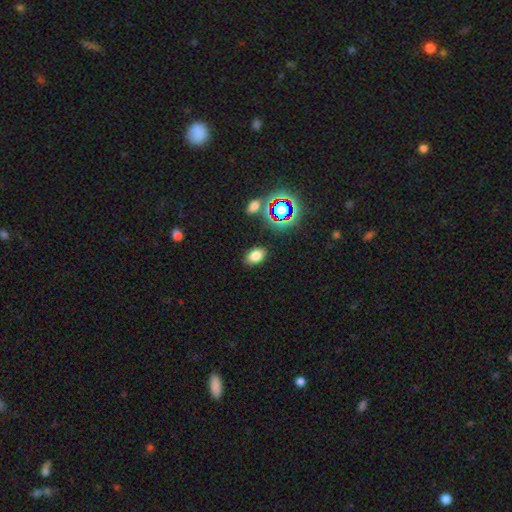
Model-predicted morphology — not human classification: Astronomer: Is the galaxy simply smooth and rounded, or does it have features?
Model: smooth — 75%.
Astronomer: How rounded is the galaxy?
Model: in between — 86%.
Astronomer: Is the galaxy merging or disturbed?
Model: none — 86%.